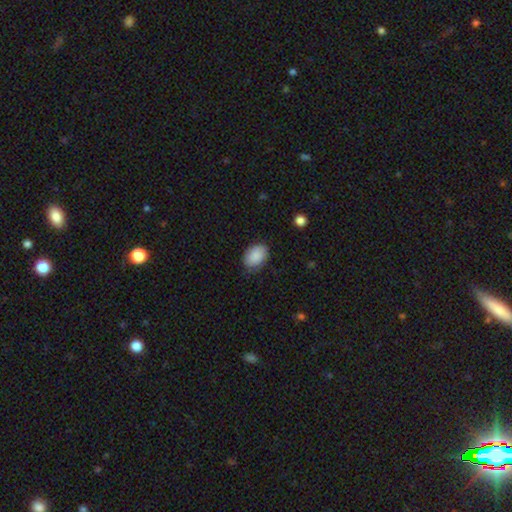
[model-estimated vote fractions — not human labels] Morphology: type=smooth (88%); roundness=in between (83%); merging=none (78%).